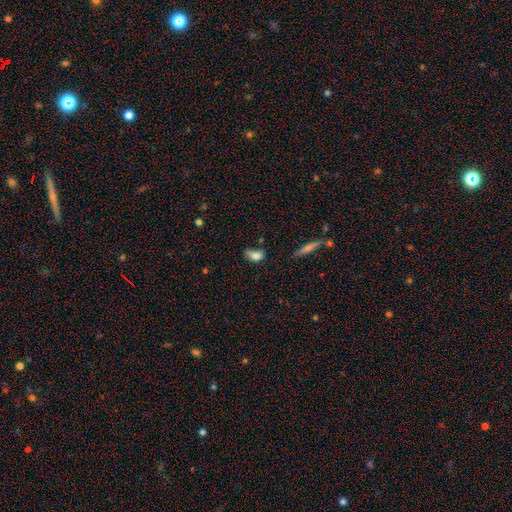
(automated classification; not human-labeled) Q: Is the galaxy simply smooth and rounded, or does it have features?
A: smooth — 76%.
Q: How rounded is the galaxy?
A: in between — 80%.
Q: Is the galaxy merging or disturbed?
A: minor disturbance — 36%.